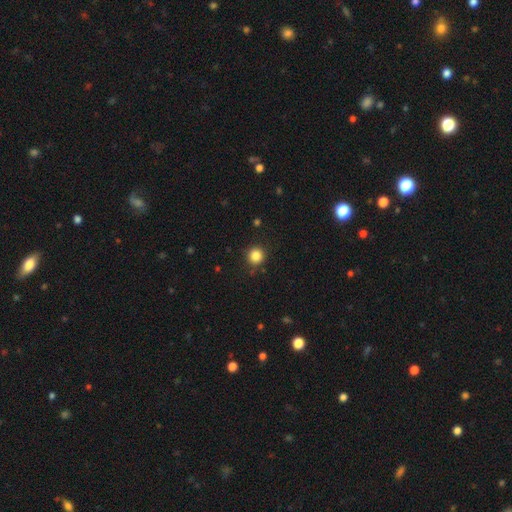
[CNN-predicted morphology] Q: Smooth or featured?
A: smooth (84%); runner-up: star or artifact (12%)
Q: How rounded?
A: round (94%); runner-up: in between (5%)
Q: Merging?
A: none (87%); runner-up: minor disturbance (9%)